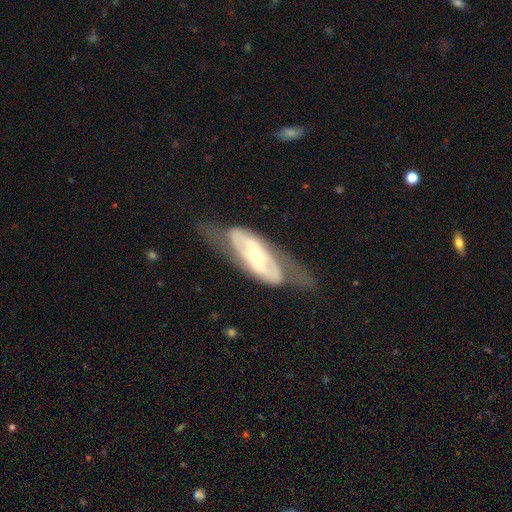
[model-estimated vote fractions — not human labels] The model was most divided on "bulge size": moderate: 50%, small: 45%, large: 3%, none: 1%, dominant: 1%. Remaining: edge-on disk — no (86%); smooth or featured — featured or disk (80%); spiral arms — yes (73%); merging — none (58%); bar — no (44%).